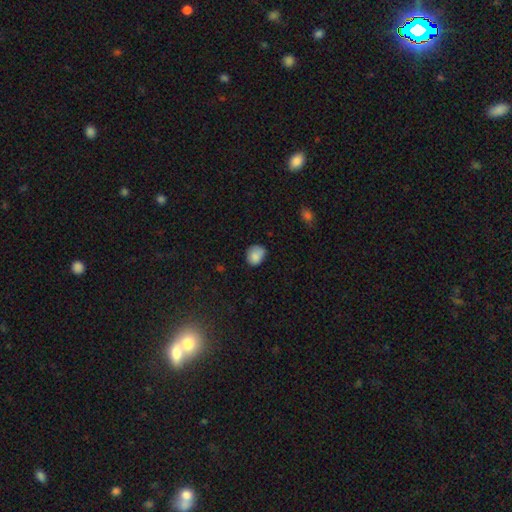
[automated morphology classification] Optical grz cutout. It shows a smooth galaxy with no disk features (84%) that is round (60%). Merging: none (65%).